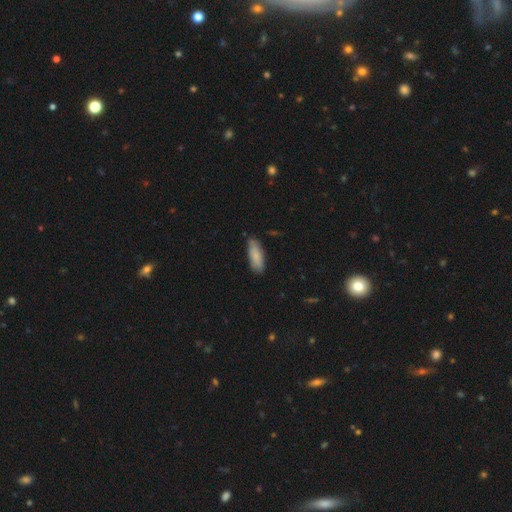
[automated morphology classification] A smooth galaxy with no disk features (85%) that is in between round and cigar-shaped (66%).

Vote fractions:
- Smooth or featured? smooth: 85% / featured or disk: 10% / star or artifact: 6%
- How rounded? in between: 66% / cigar-shaped: 32% / round: 2%
- Merging? none: 78% / minor disturbance: 18% / major disturbance: 3% / merger: 2%